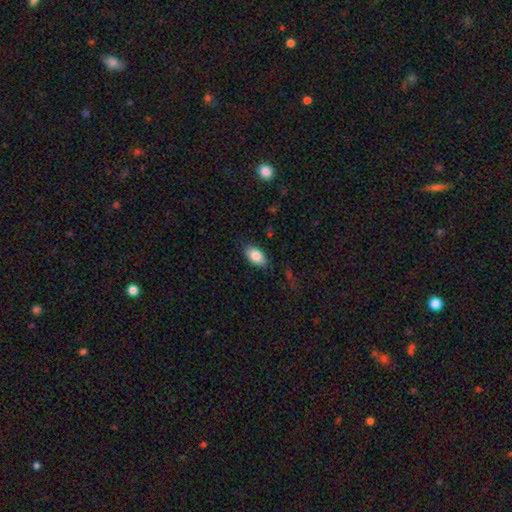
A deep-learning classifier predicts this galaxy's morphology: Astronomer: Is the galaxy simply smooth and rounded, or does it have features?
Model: smooth — 84%.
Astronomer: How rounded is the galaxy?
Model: in between — 93%.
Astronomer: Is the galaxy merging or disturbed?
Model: none — 84%.